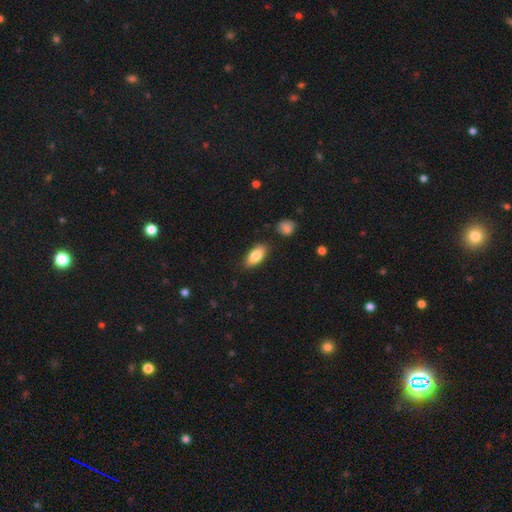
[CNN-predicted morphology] type=smooth (83%); roundness=in between (87%); merging=none (84%).